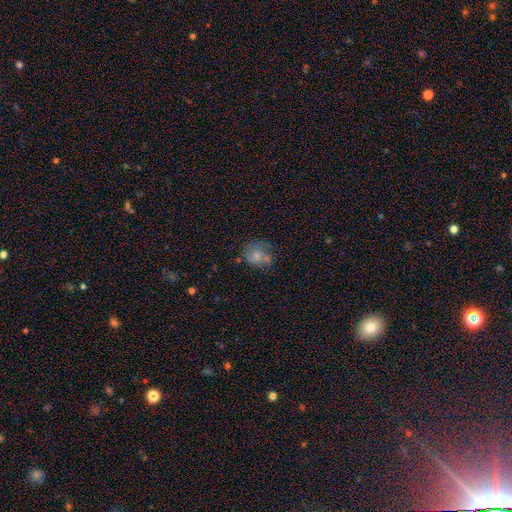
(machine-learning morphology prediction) type=smooth (56%); roundness=round (75%); merging=none (56%).